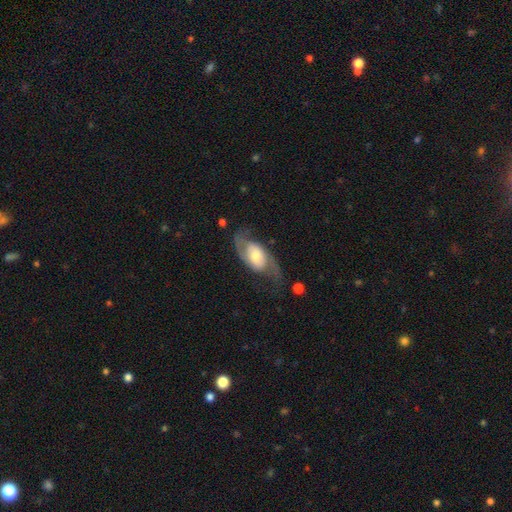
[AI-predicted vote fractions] Morphology: type=featured or disk (77%); edge-on=no (94%); bar=no (54%); spiral arms=yes (90%); winding=loose (45%); arm count=2 (89%); bulge=moderate (54%); merging=none (61%).